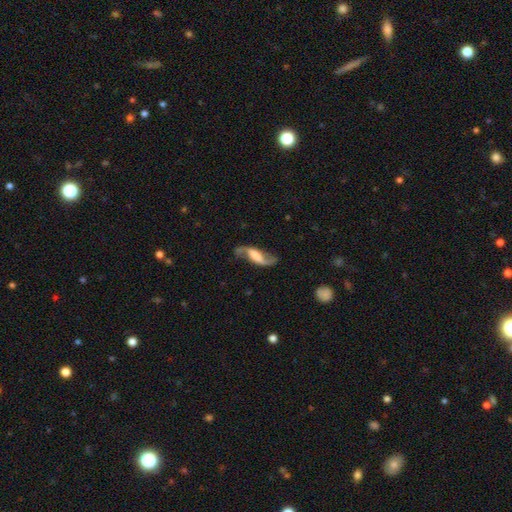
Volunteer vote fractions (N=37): smooth-or-featured: featured or disk: 73% | smooth: 22% | star or artifact: 5%
  disk-edge-on: no: 100% | yes: 0%
    bar: strong: 41% | weak: 30% | no: 30%
    has-spiral-arms: yes: 93% | no: 7%
      spiral-winding: loose: 56% | medium: 44% | tight: 0%
      spiral-arm-count: 2: 96% | 1: 4% | 3: 0% | 4: 0% | more than 4: 0% | can't tell: 0%
    bulge-size: none: 48% | moderate: 22% | large: 15% | small: 11% | dominant: 4%
  merging: none: 69% | minor disturbance: 11% | major disturbance: 11% | merger: 9%